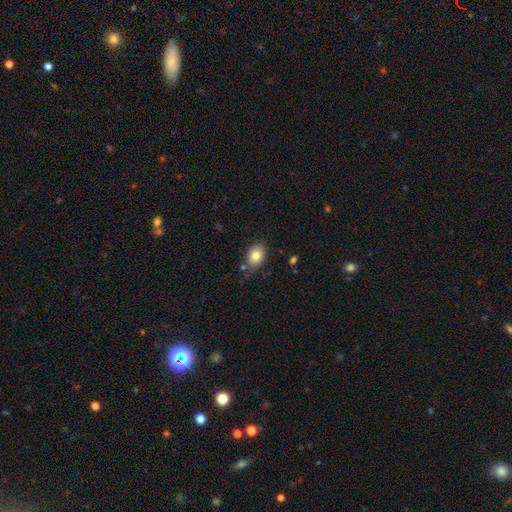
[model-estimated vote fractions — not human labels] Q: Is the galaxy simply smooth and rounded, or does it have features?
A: smooth — 83%.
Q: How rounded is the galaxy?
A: in between — 72%.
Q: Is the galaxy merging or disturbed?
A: none — 73%.